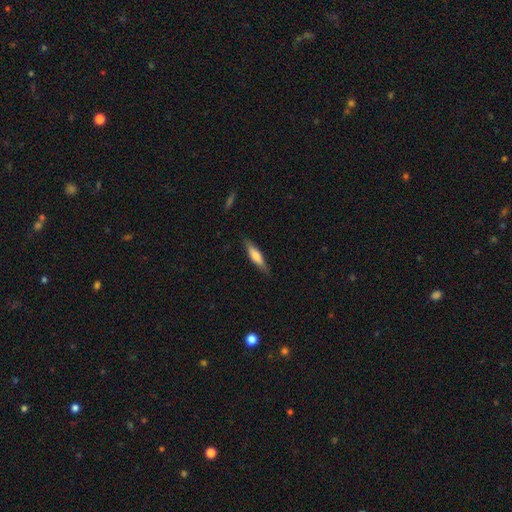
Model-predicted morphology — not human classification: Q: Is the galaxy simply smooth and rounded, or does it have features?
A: smooth — 61%.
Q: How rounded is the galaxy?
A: cigar-shaped — 75%.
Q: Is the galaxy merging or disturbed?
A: none — 84%.